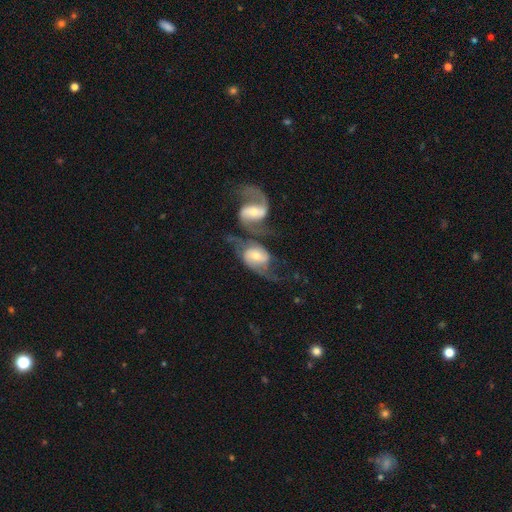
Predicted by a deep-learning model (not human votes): Morphology: type=featured or disk (74%); edge-on=no (96%); bar=weak (41%); spiral arms=yes (90%); winding=loose (46%); arm count=2 (82%); bulge=moderate (47%); merging=merger (62%).